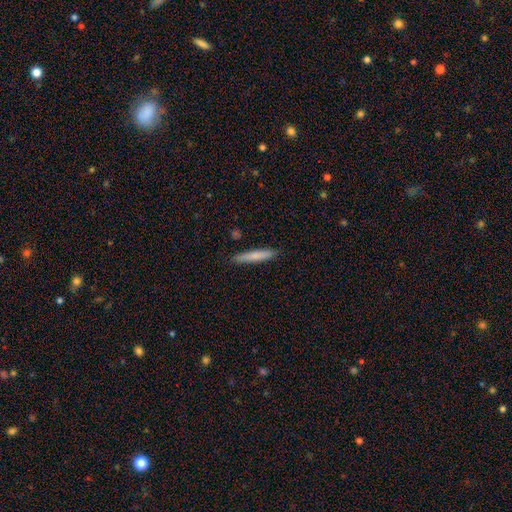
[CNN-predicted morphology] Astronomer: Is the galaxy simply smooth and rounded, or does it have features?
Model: smooth — 74%.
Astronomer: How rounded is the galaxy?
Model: cigar-shaped — 93%.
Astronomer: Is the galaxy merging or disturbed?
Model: none — 88%.